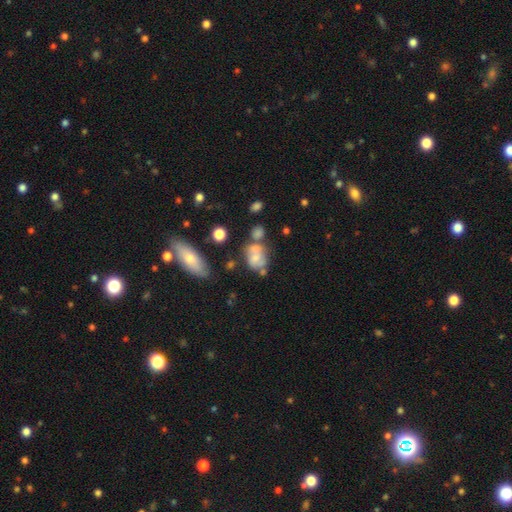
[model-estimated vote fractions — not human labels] Morphology: type=smooth (50%); merging=merger (35%).